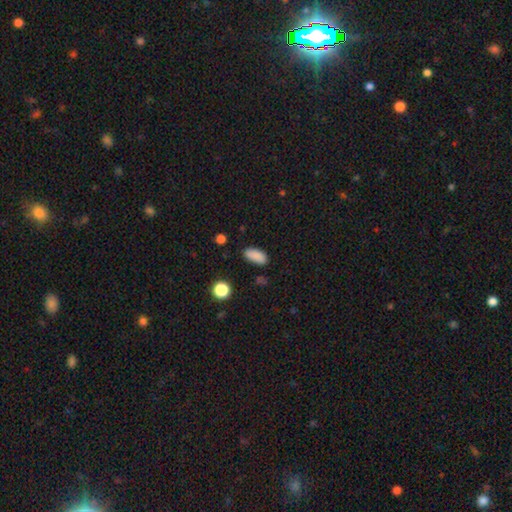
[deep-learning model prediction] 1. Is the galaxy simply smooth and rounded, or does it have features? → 87% smooth, 9% star or artifact, 4% featured or disk.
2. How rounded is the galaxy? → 86% in between, 10% cigar-shaped, 4% round.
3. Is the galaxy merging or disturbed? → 83% none, 12% minor disturbance, 3% major disturbance, 2% merger.